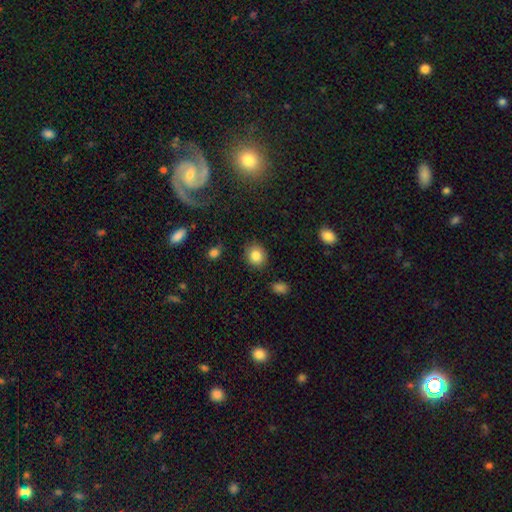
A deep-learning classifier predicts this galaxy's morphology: This is clearly a smooth galaxy (84%). How rounded: likely round (77%). Merging: clearly none (86%).